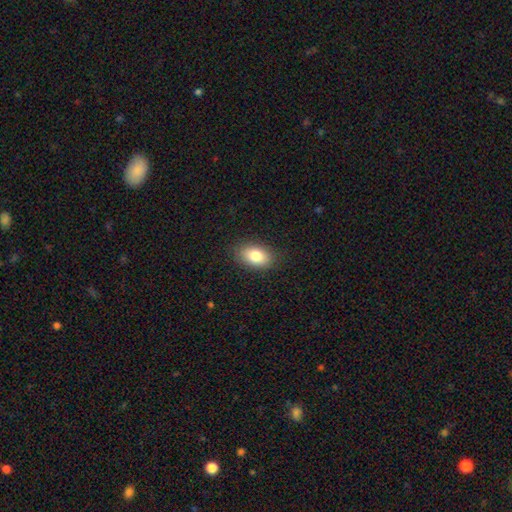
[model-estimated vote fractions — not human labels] A smooth galaxy with no disk features (82%) that is in between round and cigar-shaped (89%). Merging: none (87%).